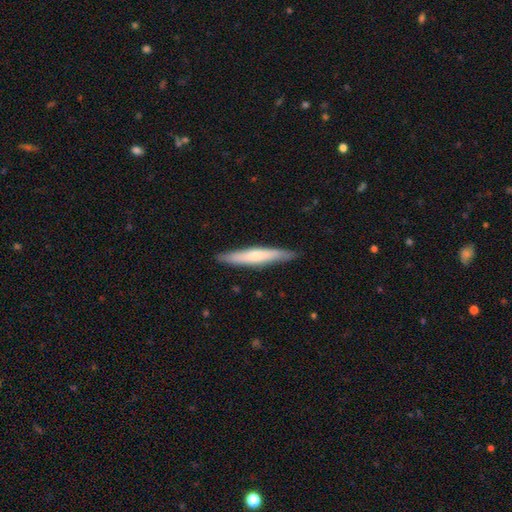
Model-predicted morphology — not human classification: This appears to be a smooth galaxy with no disk features (55%) that is cigar-shaped (93%). Merging: none (89%).